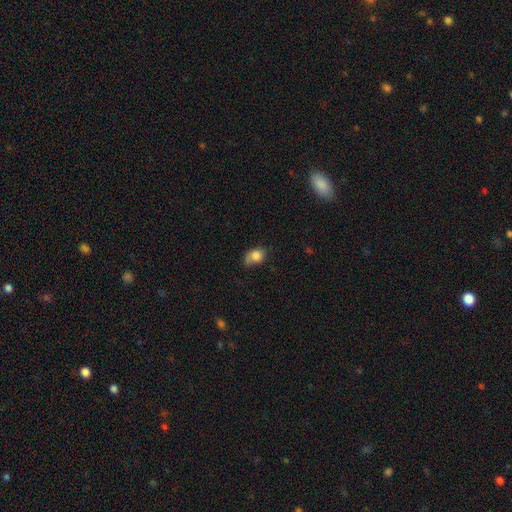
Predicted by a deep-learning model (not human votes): smooth-or-featured: smooth: 78% | featured or disk: 14% | star or artifact: 9%
  how-rounded: in between: 68% | round: 31% | cigar-shaped: 1%
  merging: none: 46% | minor disturbance: 37% | major disturbance: 14% | merger: 3%